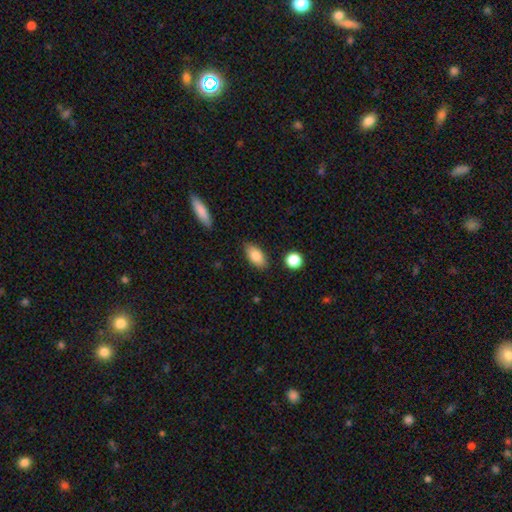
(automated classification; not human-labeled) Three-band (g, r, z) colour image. It shows a smooth galaxy with no disk features (84%) that is in between round and cigar-shaped (89%). Merging: none (83%).